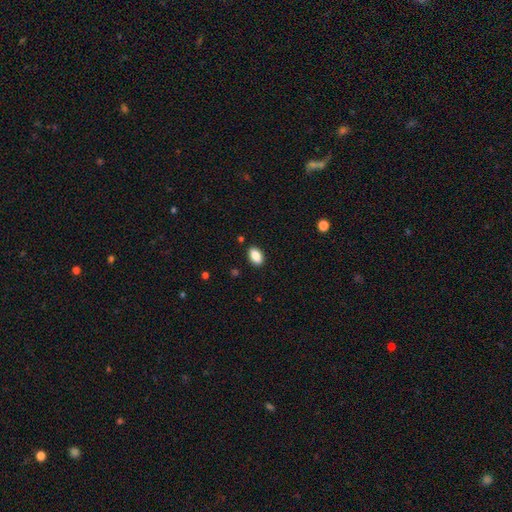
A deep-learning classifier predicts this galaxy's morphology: A smooth galaxy with no disk features (88%) that is in between round and cigar-shaped (91%). Merging: none (89%).